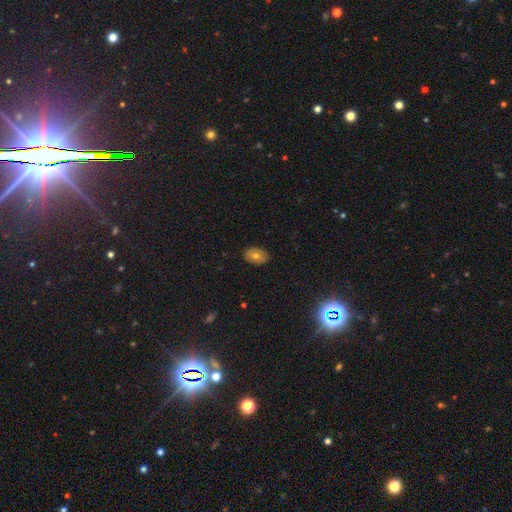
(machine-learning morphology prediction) Smooth or featured?
  - smooth: 67% *
  - featured or disk: 23%
  - star or artifact: 10%
How rounded?
  - in between: 84% *
  - round: 15%
  - cigar-shaped: 1%
Merging?
  - none: 87% *
  - minor disturbance: 10%
  - major disturbance: 2%
  - merger: 1%